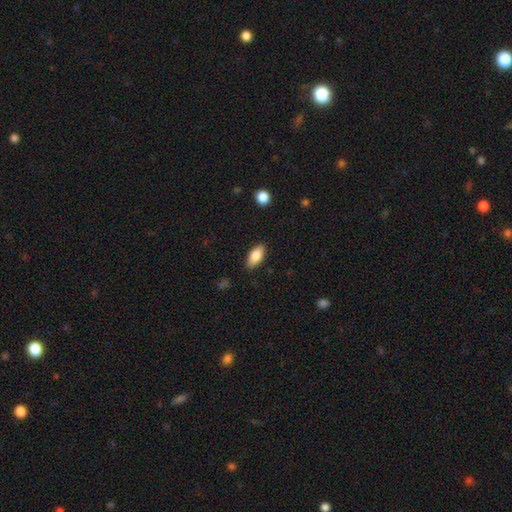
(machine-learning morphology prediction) Smooth or featured?
  - smooth: 84% *
  - featured or disk: 9%
  - star or artifact: 7%
How rounded?
  - in between: 88% *
  - cigar-shaped: 10%
  - round: 2%
Merging?
  - none: 87% *
  - minor disturbance: 10%
  - major disturbance: 2%
  - merger: 1%